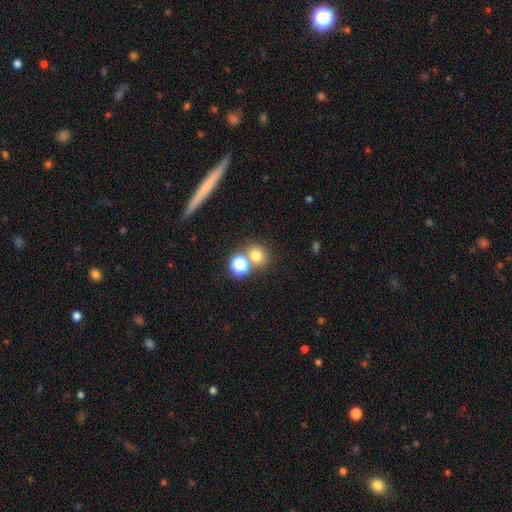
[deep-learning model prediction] smooth-or-featured: smooth: 72% | star or artifact: 19% | featured or disk: 8%
  how-rounded: round: 82% | in between: 17% | cigar-shaped: 1%
  merging: none: 65% | merger: 23% | minor disturbance: 8% | major disturbance: 3%